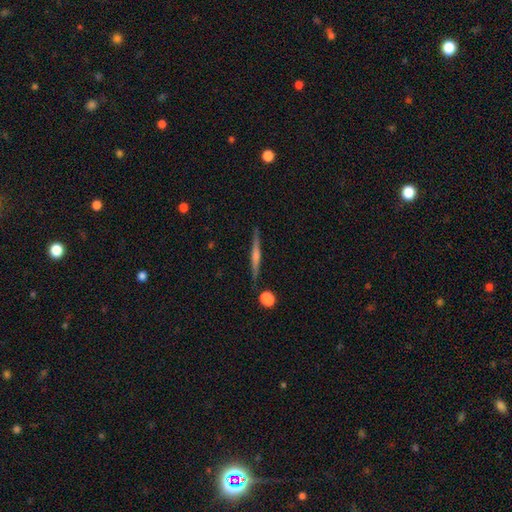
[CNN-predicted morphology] featured or disk 73%, smooth 20%, star or artifact 7%. Down the decision tree: edge-on disk — yes (98%); edge-on bulge — rounded (67%); merging — none (90%).